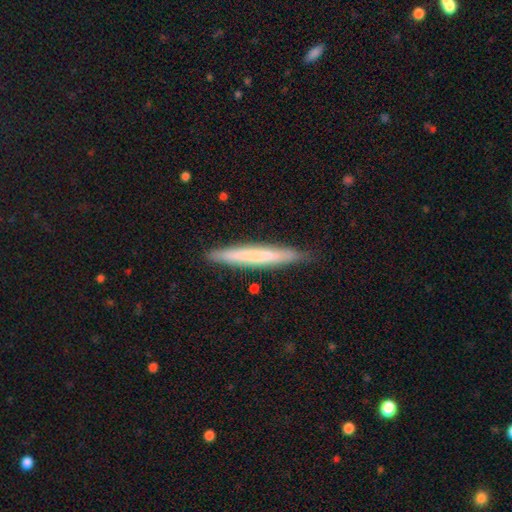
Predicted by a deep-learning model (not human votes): Smooth or featured?
  - smooth: 62% *
  - featured or disk: 33%
  - star or artifact: 6%
How rounded?
  - cigar-shaped: 96% *
  - in between: 3%
  - round: 1%
Merging?
  - none: 87% *
  - minor disturbance: 10%
  - major disturbance: 2%
  - merger: 1%